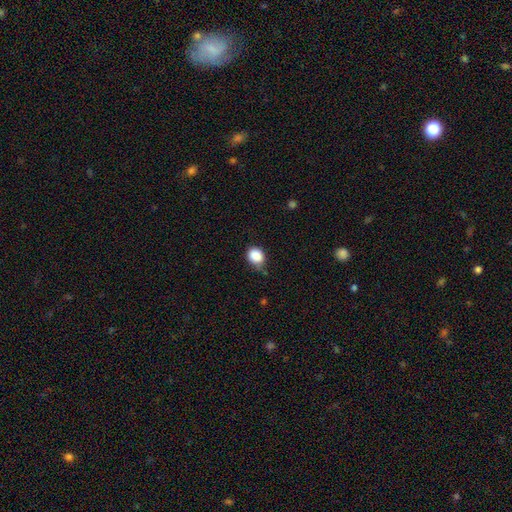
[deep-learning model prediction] Smooth or featured?
  - smooth: 87% *
  - star or artifact: 9%
  - featured or disk: 4%
How rounded?
  - round: 67% *
  - in between: 32%
  - cigar-shaped: 1%
Merging?
  - none: 66% *
  - minor disturbance: 26%
  - major disturbance: 5%
  - merger: 3%